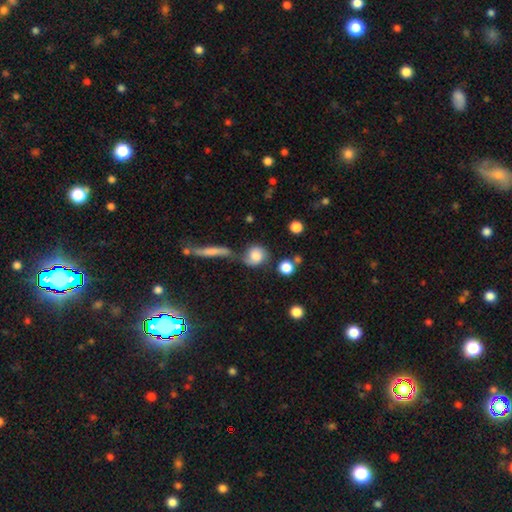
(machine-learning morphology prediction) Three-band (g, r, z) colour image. It shows a smooth galaxy with no disk features (63%) that is round (75%). Merging: none (48%).